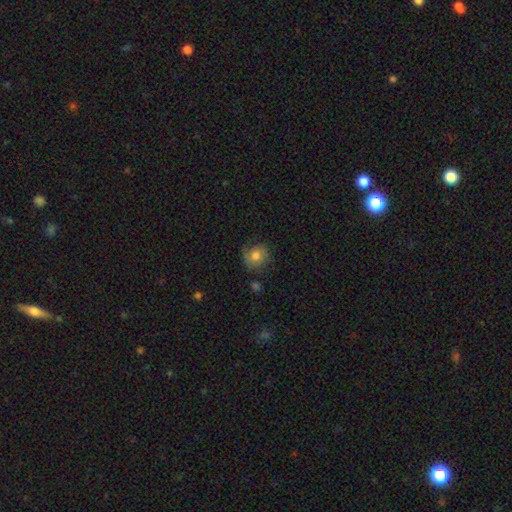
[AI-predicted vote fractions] smooth-or-featured: smooth: 69% | featured or disk: 22% | star or artifact: 9%
  how-rounded: round: 82% | in between: 17% | cigar-shaped: 1%
  merging: none: 68% | minor disturbance: 22% | major disturbance: 8% | merger: 2%